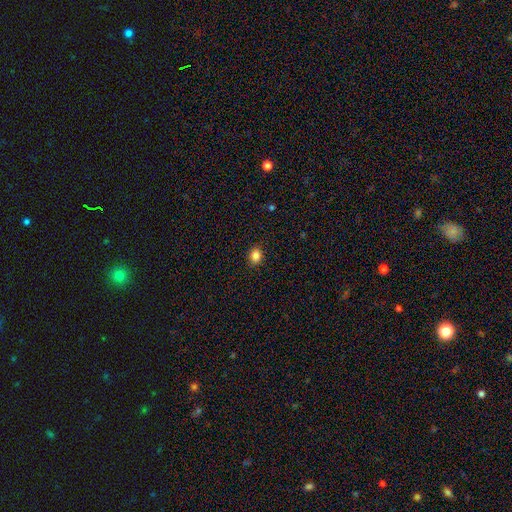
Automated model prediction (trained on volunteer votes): Morphology: type=smooth (85%); roundness=round (59%); merging=none (90%).